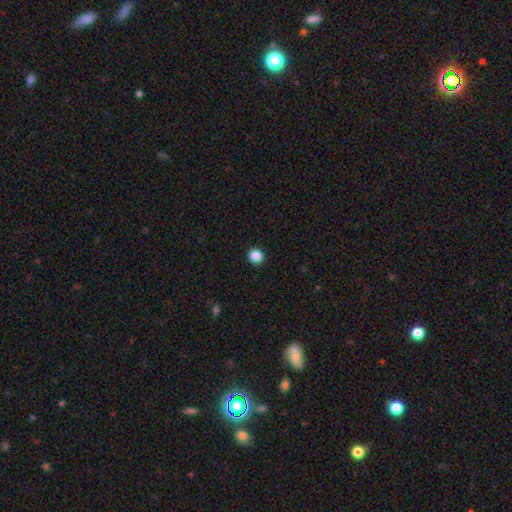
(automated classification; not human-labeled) A smooth galaxy with no disk features (87%) that is round (93%).

Vote fractions:
- Smooth or featured? smooth: 87% / star or artifact: 11% / featured or disk: 3%
- How rounded? round: 93% / in between: 6% / cigar-shaped: 1%
- Merging? none: 93% / minor disturbance: 4% / major disturbance: 1% / merger: 1%